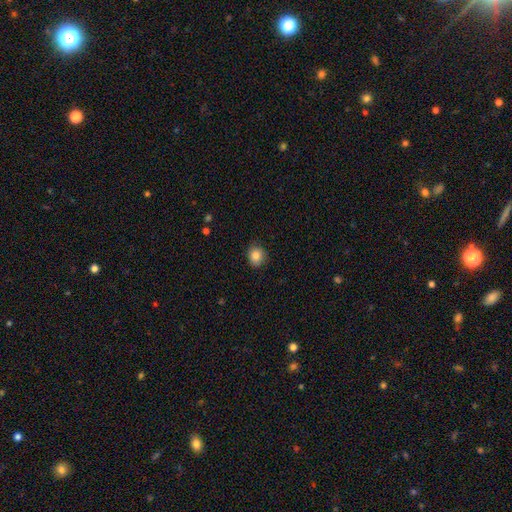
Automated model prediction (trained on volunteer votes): The model was most divided on "how rounded": round: 71%, in between: 28%, cigar-shaped: 1%. More confident: merging — none (85%); smooth or featured — smooth (85%).